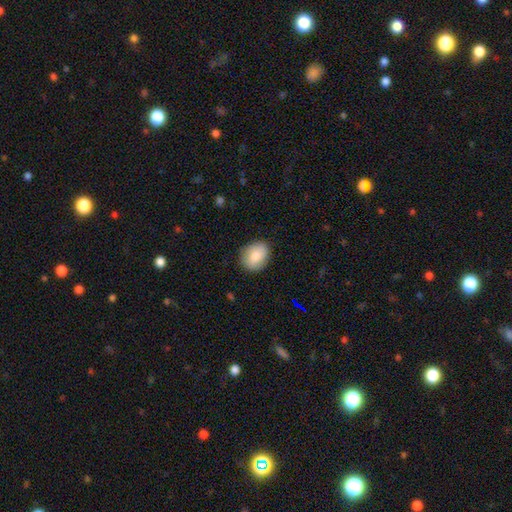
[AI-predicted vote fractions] A smooth galaxy with no disk features (82%) that is in between round and cigar-shaped (56%).

Vote fractions:
- Smooth or featured? smooth: 82% / featured or disk: 11% / star or artifact: 7%
- How rounded? in between: 56% / round: 43% / cigar-shaped: 1%
- Merging? none: 85% / minor disturbance: 11% / major disturbance: 3% / merger: 1%